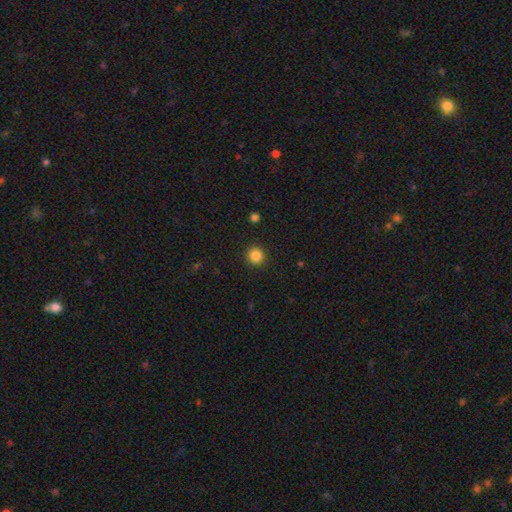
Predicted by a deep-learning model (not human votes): Overall: smooth (85%). How rounded: round (95%). Merging: none (92%).